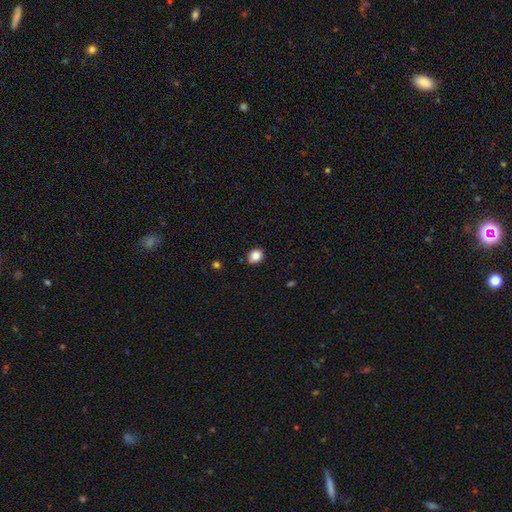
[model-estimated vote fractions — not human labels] Smooth or featured?
  - smooth: 85% *
  - star or artifact: 10%
  - featured or disk: 5%
How rounded?
  - round: 57% *
  - in between: 42%
  - cigar-shaped: 1%
Merging?
  - none: 85% *
  - minor disturbance: 11%
  - major disturbance: 2%
  - merger: 2%